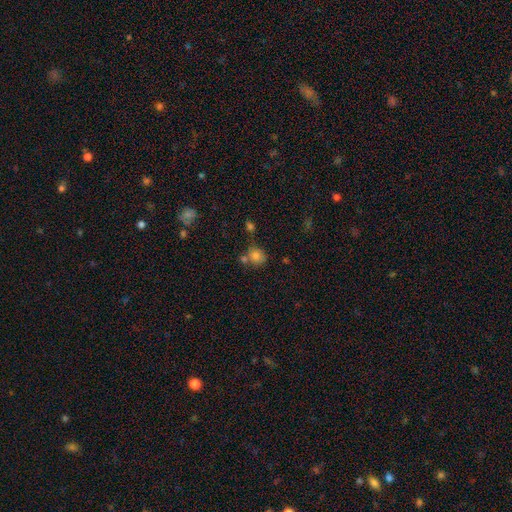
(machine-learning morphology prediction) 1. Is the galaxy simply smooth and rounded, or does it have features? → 79% smooth, 12% star or artifact, 9% featured or disk.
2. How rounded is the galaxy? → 76% round, 23% in between, 1% cigar-shaped.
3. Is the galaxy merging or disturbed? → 59% none, 22% merger, 15% minor disturbance, 5% major disturbance.